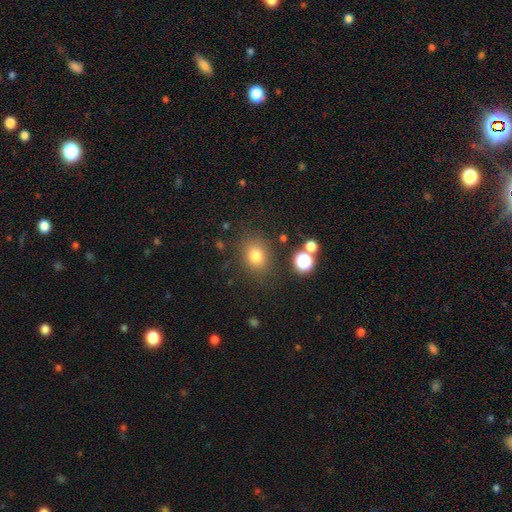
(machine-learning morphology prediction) Overall: smooth (78%). How rounded: round (60%; in between 39%). Merging: none (81%).